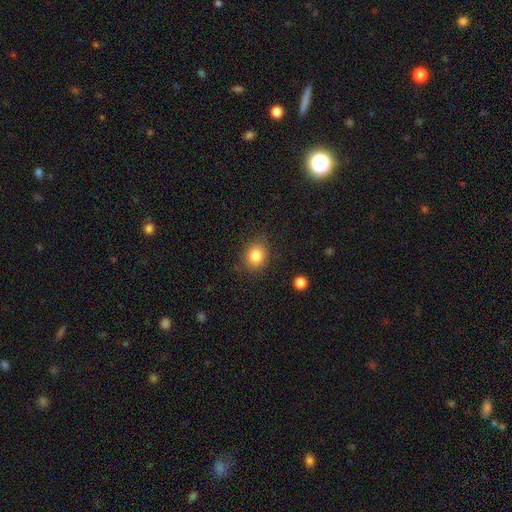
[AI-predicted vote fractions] This appears to be a smooth galaxy with no disk features (83%) that is round (60%). Merging: none (81%).